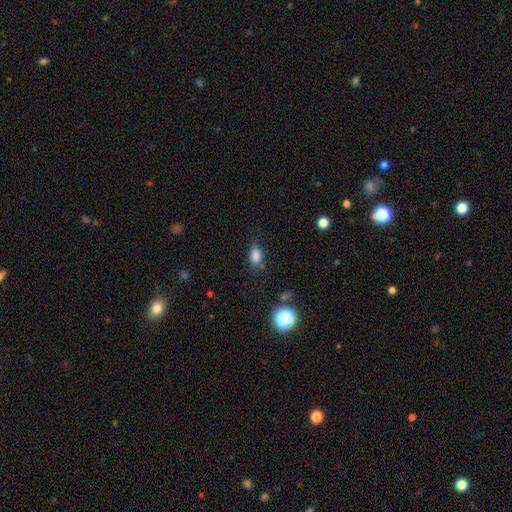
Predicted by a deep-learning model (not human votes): smooth-or-featured: smooth: 82% | star or artifact: 12% | featured or disk: 6%
  how-rounded: in between: 82% | round: 16% | cigar-shaped: 2%
  merging: none: 69% | minor disturbance: 22% | major disturbance: 7% | merger: 3%